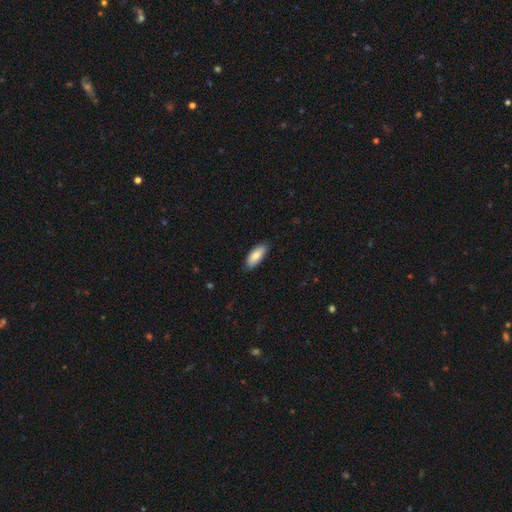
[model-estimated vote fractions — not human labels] Morphology: type=smooth (83%); roundness=in between (80%); merging=none (84%).